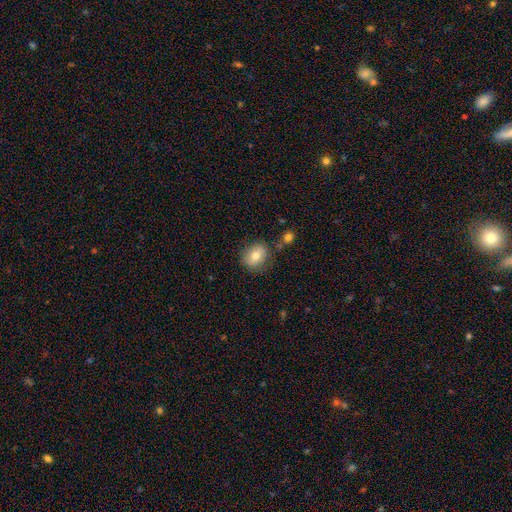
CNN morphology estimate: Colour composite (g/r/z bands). It shows a smooth galaxy with no disk features (76%) that is round (53%). Merging: none (78%).